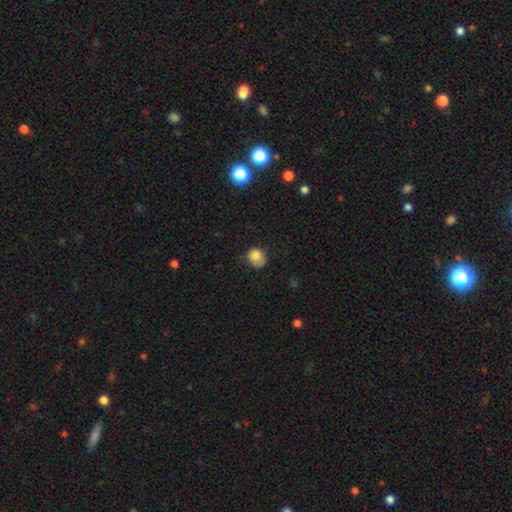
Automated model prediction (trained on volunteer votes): Smooth or featured? smooth (81%)
How rounded? round (69%)
Merging? none (53%)